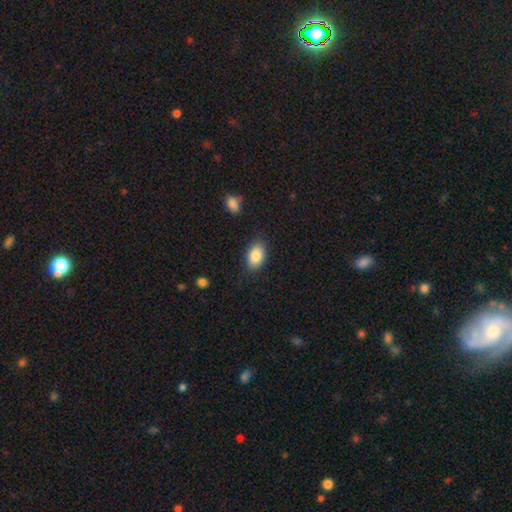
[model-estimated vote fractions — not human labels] The model was most divided on "merging": none: 84%, minor disturbance: 12%, major disturbance: 3%, merger: 2%. More confident: how rounded — in between (89%); smooth or featured — smooth (86%).